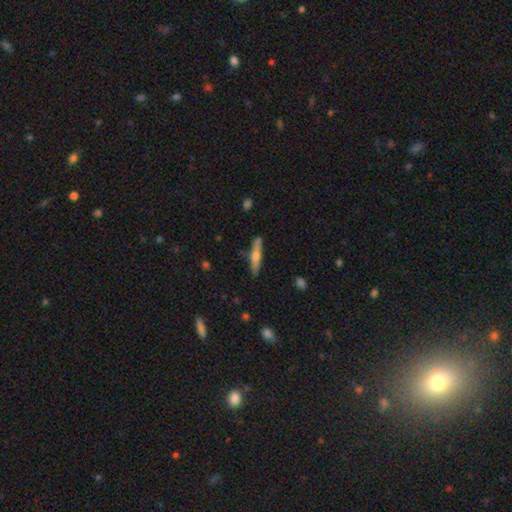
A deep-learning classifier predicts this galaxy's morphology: This appears to be a featured or disk galaxy (49%). Merging: none (84%).